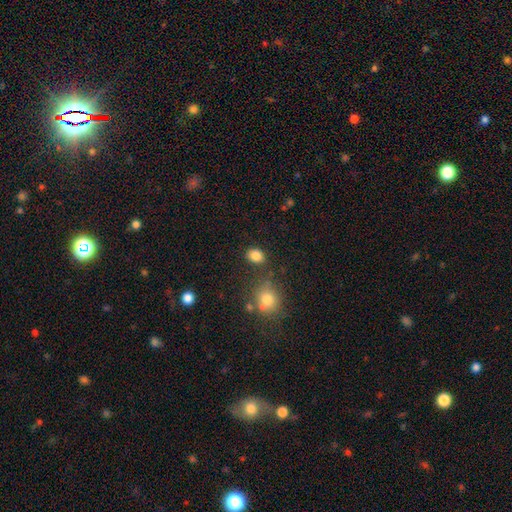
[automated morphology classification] smooth-or-featured: smooth: 85% | star or artifact: 10% | featured or disk: 5%
  how-rounded: in between: 63% | round: 36% | cigar-shaped: 1%
  merging: none: 79% | minor disturbance: 12% | merger: 5% | major disturbance: 4%